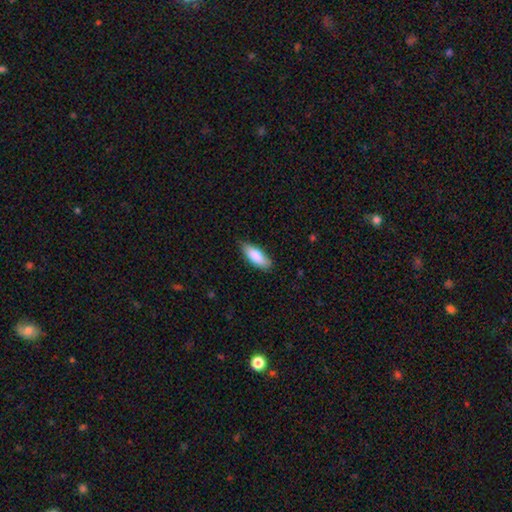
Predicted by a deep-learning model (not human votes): A smooth galaxy with no disk features (85%) that is in between round and cigar-shaped (73%). Merging: none (79%).